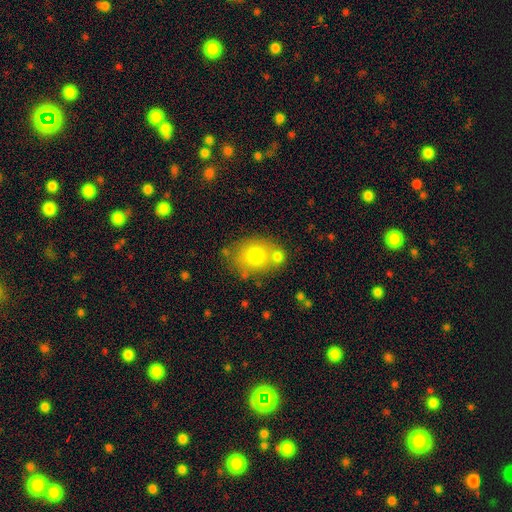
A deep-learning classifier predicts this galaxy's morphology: The model was most divided on "how rounded": round: 50%, in between: 49%, cigar-shaped: 1%. More confident: smooth or featured — smooth (74%); merging — none (58%).